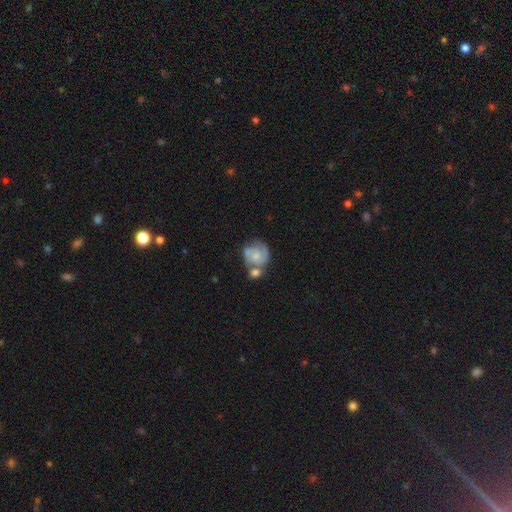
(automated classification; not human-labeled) featured or disk 65%, smooth 29%, star or artifact 6%. Down the decision tree: edge-on disk — no (98%); bar — no (75%); spiral arms — yes (84%); spiral arm count — 2 (61%); spiral winding — tight (48%); bulge size — small (48%); merging — merger (40%).